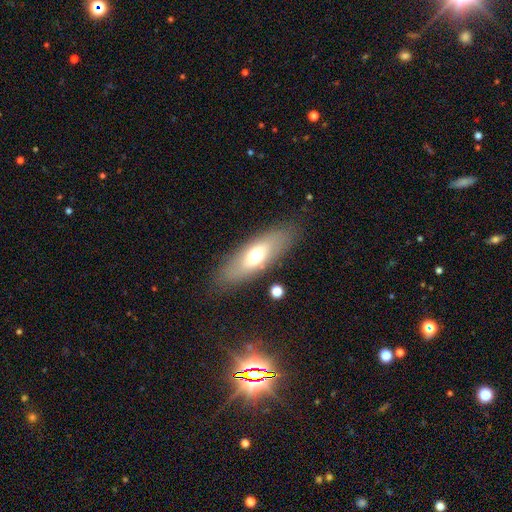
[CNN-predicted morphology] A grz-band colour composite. It shows a smooth galaxy with no disk features (59%) that is in between round and cigar-shaped (67%). Merging: none (82%).